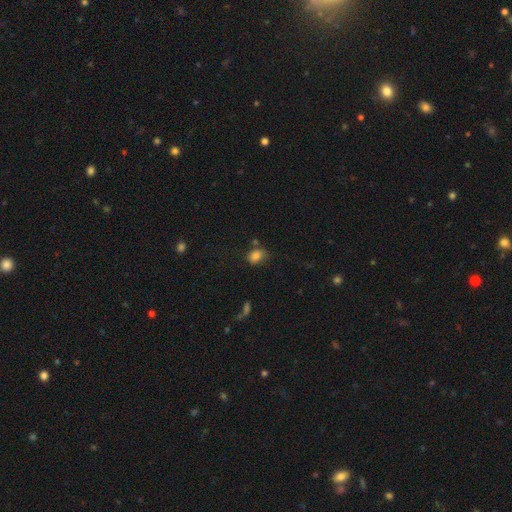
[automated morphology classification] A smooth galaxy with no disk features (83%) that is in between round and cigar-shaped (59%).

Vote fractions:
- Smooth or featured? smooth: 83% / star or artifact: 11% / featured or disk: 6%
- How rounded? in between: 59% / round: 40% / cigar-shaped: 1%
- Merging? none: 60% / minor disturbance: 24% / major disturbance: 8% / merger: 8%